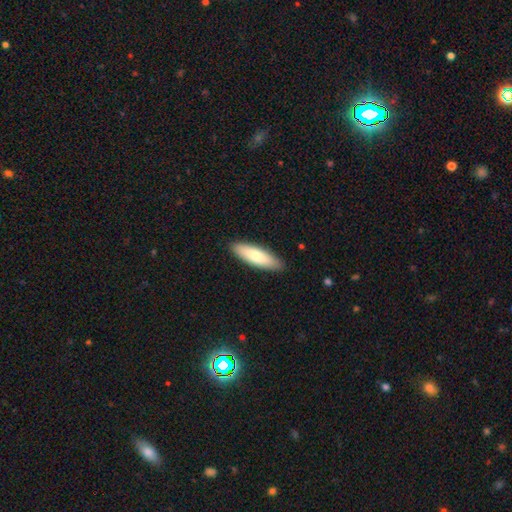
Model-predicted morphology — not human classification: Smooth or featured?
  - smooth: 76% *
  - featured or disk: 18%
  - star or artifact: 5%
How rounded?
  - cigar-shaped: 54% *
  - in between: 44%
  - round: 2%
Merging?
  - none: 89% *
  - minor disturbance: 8%
  - major disturbance: 2%
  - merger: 1%